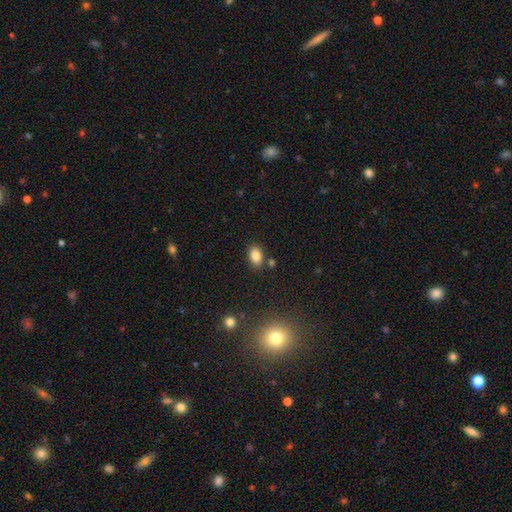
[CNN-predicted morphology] smooth-or-featured: smooth: 85% | star or artifact: 10% | featured or disk: 5%
  how-rounded: in between: 87% | round: 11% | cigar-shaped: 2%
  merging: none: 81% | minor disturbance: 10% | merger: 6% | major disturbance: 3%